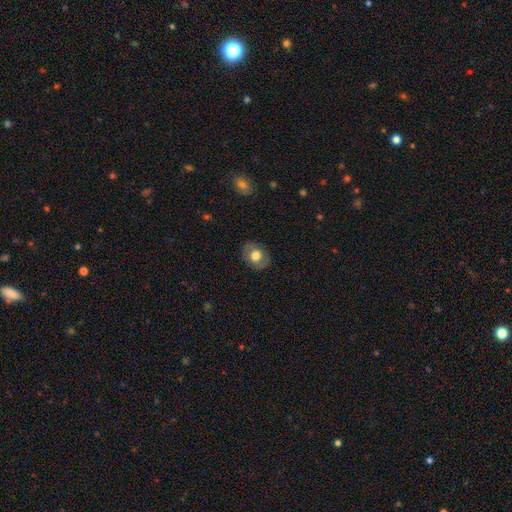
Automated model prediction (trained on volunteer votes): Smooth or featured? Predicted: smooth (p=0.68). How rounded? Predicted: in between (p=0.60). Merging? Predicted: none (p=0.84).